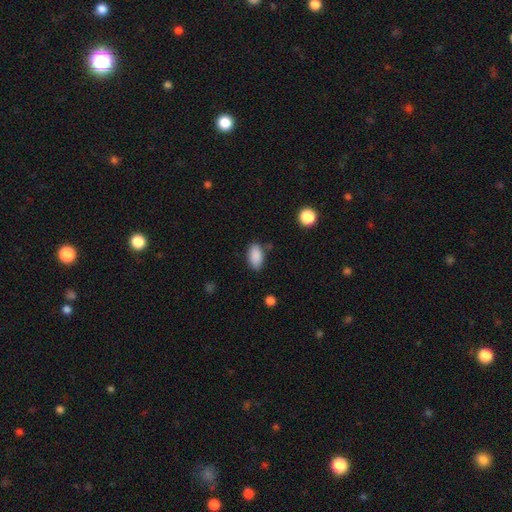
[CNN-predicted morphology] type=smooth (89%); roundness=in between (93%); merging=none (81%).